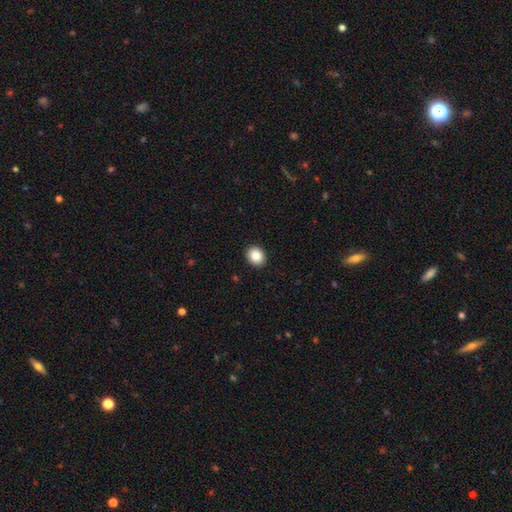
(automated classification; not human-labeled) Overall: smooth (86%). How rounded: round (64%; in between 35%). Merging: none (92%).